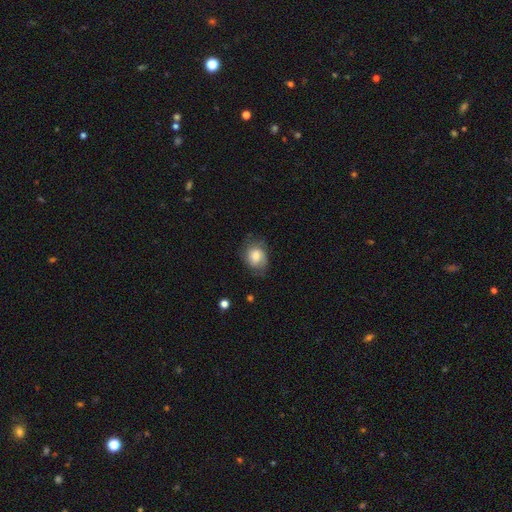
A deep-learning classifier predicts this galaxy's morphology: Q: Smooth or featured?
A: smooth (63%); runner-up: featured or disk (29%)
Q: How rounded?
A: in between (53%); runner-up: round (46%)
Q: Merging?
A: none (64%); runner-up: minor disturbance (25%)